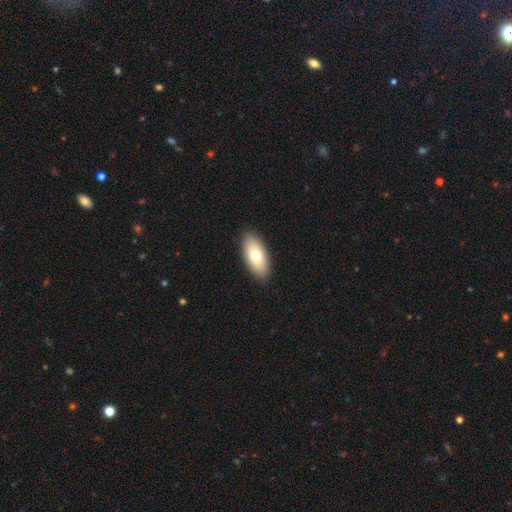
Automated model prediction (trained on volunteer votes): A smooth galaxy with no disk features (74%) that is in between round and cigar-shaped (90%). Merging: none (90%).